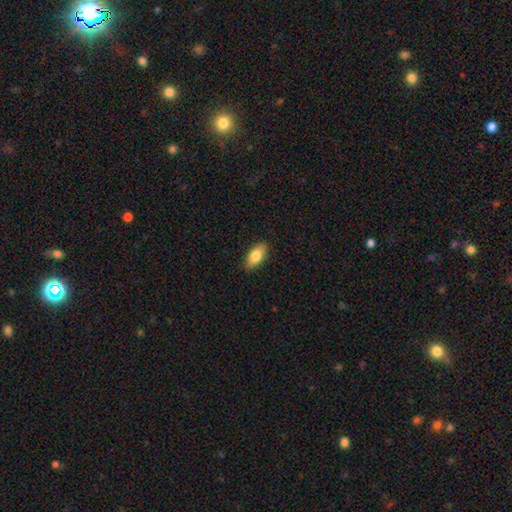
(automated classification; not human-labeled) Smooth or featured?
  - smooth: 81% *
  - featured or disk: 12%
  - star or artifact: 7%
How rounded?
  - in between: 90% *
  - cigar-shaped: 7%
  - round: 4%
Merging?
  - none: 87% *
  - minor disturbance: 10%
  - major disturbance: 2%
  - merger: 1%